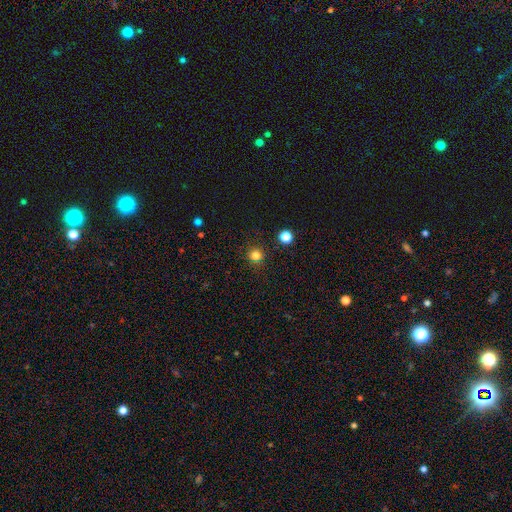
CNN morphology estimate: A smooth galaxy with no disk features (80%) that is round (93%).

Vote fractions:
- Smooth or featured? smooth: 80% / star or artifact: 16% / featured or disk: 4%
- How rounded? round: 93% / in between: 6% / cigar-shaped: 1%
- Merging? none: 90% / minor disturbance: 6% / major disturbance: 2% / merger: 2%